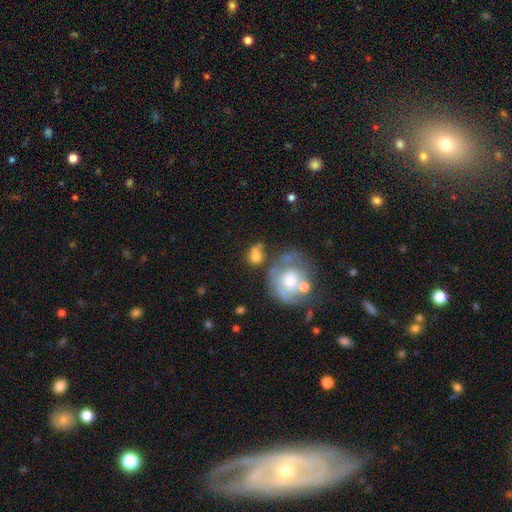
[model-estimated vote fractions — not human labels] Morphology: type=smooth (64%); roundness=round (59%); merging=none (39%).